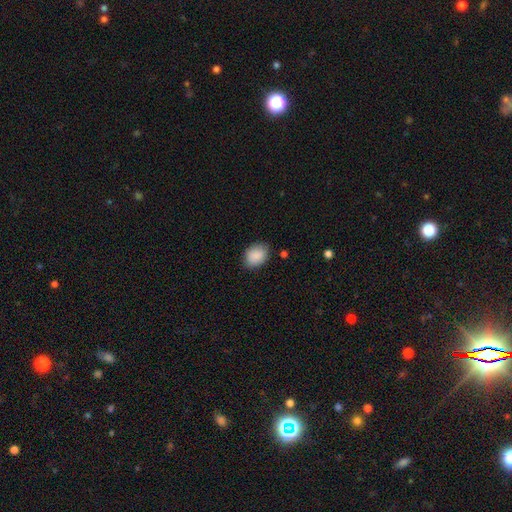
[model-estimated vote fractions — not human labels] Overall: smooth (89%). How rounded: in between (69%; round 30%). Merging: none (81%).